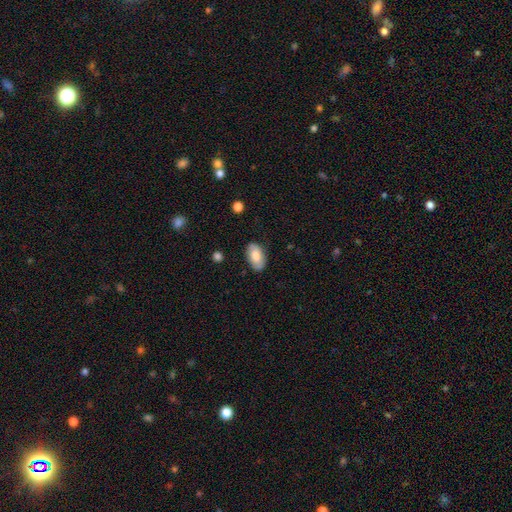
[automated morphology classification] A smooth galaxy with no disk features (77%) that is in between round and cigar-shaped (94%). Merging: none (81%).